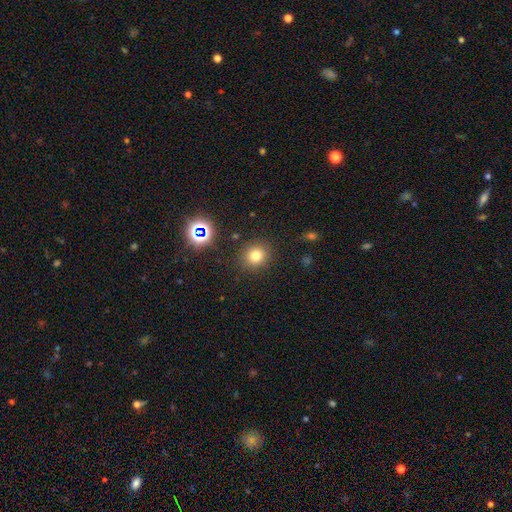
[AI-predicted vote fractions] Smooth or featured: smooth — 75% (star or artifact — 17%)
How rounded: round — 84% (in between — 16%)
Merging: none — 87% (minor disturbance — 8%)